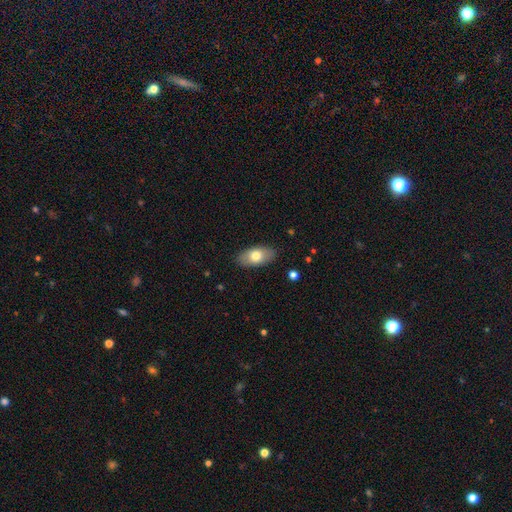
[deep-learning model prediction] This appears to be a smooth galaxy with no disk features (72%) that is in between round and cigar-shaped (92%). Merging: none (87%).